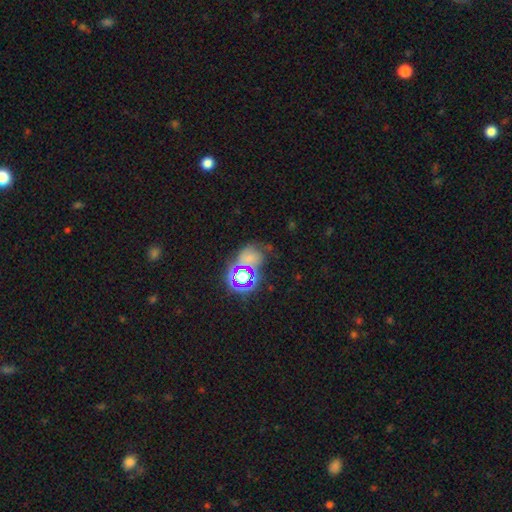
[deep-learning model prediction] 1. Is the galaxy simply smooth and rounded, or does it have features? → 51% star or artifact, 31% smooth, 18% featured or disk.